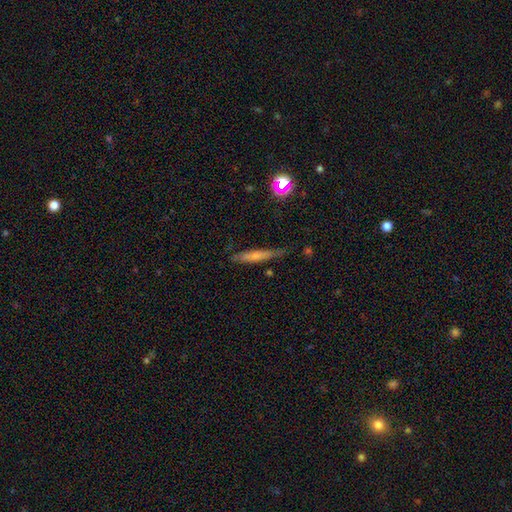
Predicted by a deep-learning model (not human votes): A smooth galaxy with no disk features (59%) that is cigar-shaped (89%).

Vote fractions:
- Smooth or featured? smooth: 59% / featured or disk: 32% / star or artifact: 9%
- How rounded? cigar-shaped: 89% / in between: 8% / round: 2%
- Merging? none: 70% / minor disturbance: 22% / major disturbance: 5% / merger: 3%